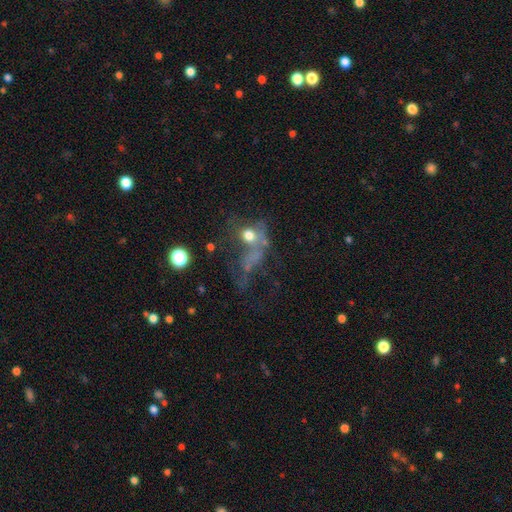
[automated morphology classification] Smooth or featured? Predicted: featured or disk (p=0.40). Merging? Predicted: major disturbance (p=0.44).